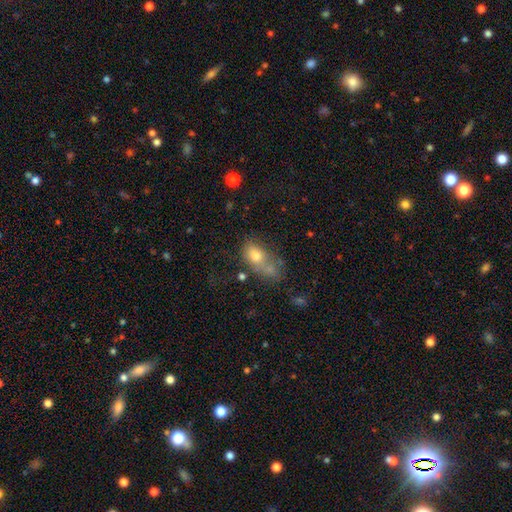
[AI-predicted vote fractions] Q: Smooth or featured?
A: smooth (71%); runner-up: featured or disk (18%)
Q: How rounded?
A: in between (76%); runner-up: round (21%)
Q: Merging?
A: merger (40%); runner-up: none (27%)